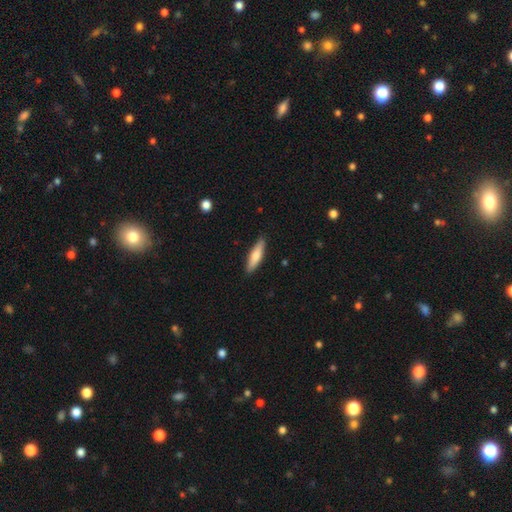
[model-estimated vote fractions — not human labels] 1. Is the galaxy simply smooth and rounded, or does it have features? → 68% smooth, 26% featured or disk, 5% star or artifact.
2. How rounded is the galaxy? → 71% cigar-shaped, 27% in between, 2% round.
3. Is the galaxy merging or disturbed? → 88% none, 9% minor disturbance, 2% major disturbance, 1% merger.